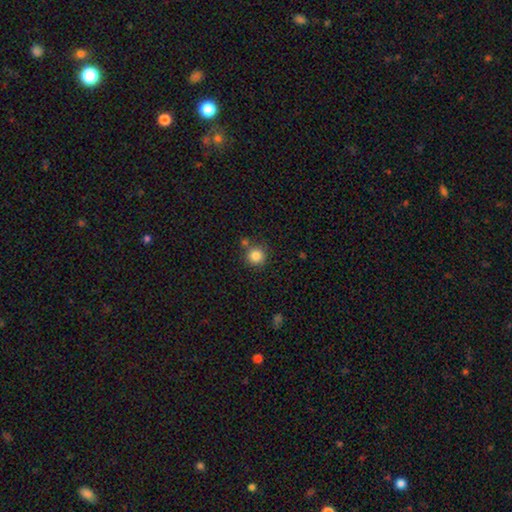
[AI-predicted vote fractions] This appears to be a smooth galaxy with no disk features (84%) that is round (94%). Merging: none (78%).